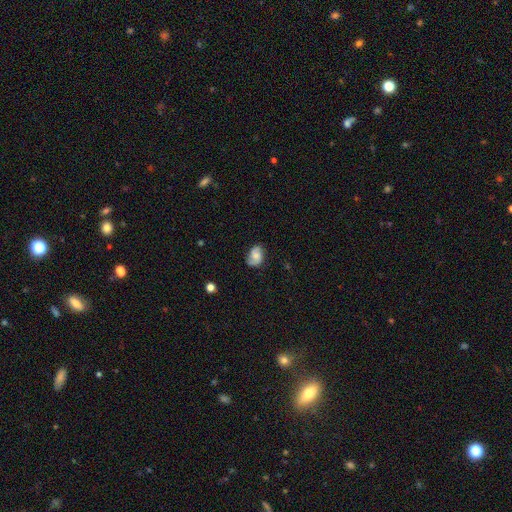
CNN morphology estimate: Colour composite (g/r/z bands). It shows a featured or disk galaxy (50%). Merging: none (74%).